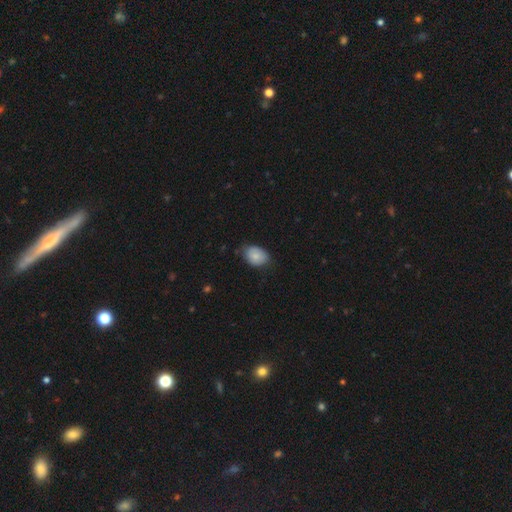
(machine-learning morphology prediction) The model was most divided on "merging": none: 69%, minor disturbance: 26%, major disturbance: 4%, merger: 1%. More confident: smooth or featured — smooth (82%); how rounded — in between (76%).